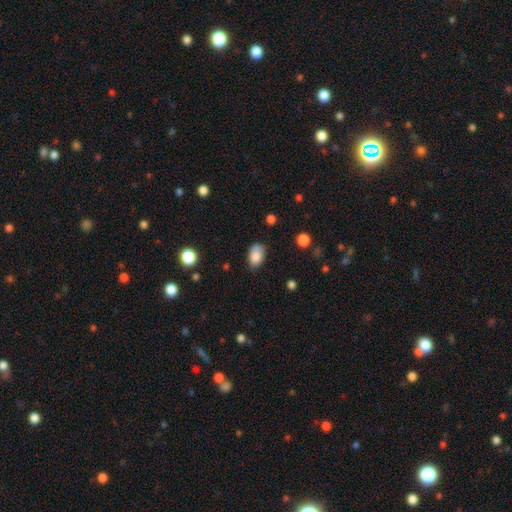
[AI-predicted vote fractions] smooth-or-featured: smooth: 83% | star or artifact: 8% | featured or disk: 8%
  how-rounded: in between: 87% | round: 11% | cigar-shaped: 1%
  merging: none: 62% | minor disturbance: 29% | major disturbance: 6% | merger: 3%